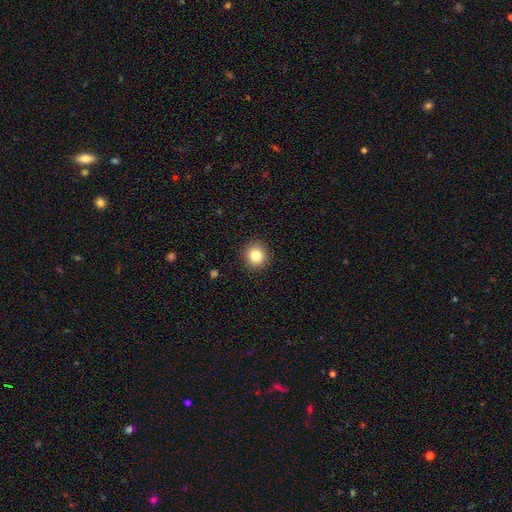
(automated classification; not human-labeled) smooth_or_featured: smooth (p=0.83) [alt: star or artifact p=0.11]
how_rounded: round (p=0.88) [alt: in between p=0.11]
merging: none (p=0.91) [alt: minor disturbance p=0.06]